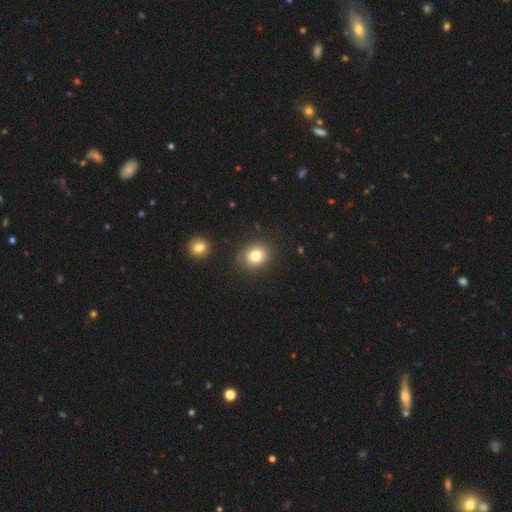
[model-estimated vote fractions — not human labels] Smooth or featured?
  - smooth: 80% *
  - star or artifact: 12%
  - featured or disk: 9%
How rounded?
  - round: 66% *
  - in between: 33%
  - cigar-shaped: 1%
Merging?
  - none: 85% *
  - minor disturbance: 10%
  - major disturbance: 3%
  - merger: 3%